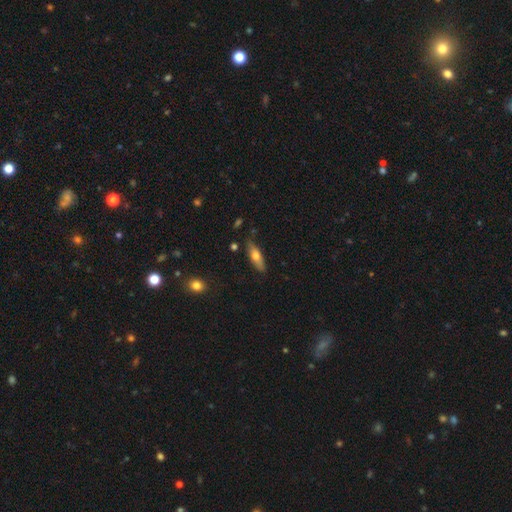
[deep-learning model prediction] Smooth or featured? Predicted: smooth (p=0.61). How rounded? Predicted: cigar-shaped (p=0.53). Merging? Predicted: none (p=0.82).